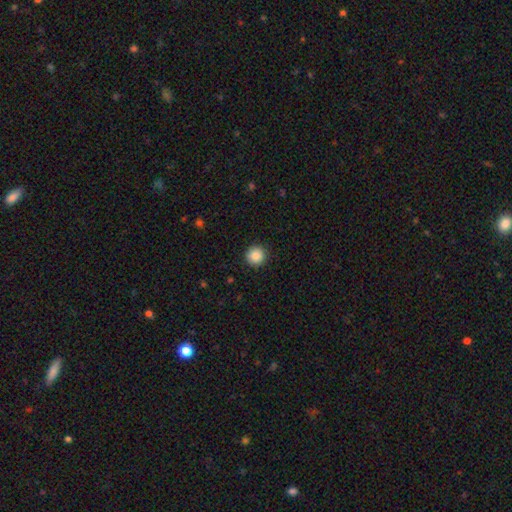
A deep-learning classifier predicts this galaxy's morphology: A smooth galaxy with no disk features (87%) that is round (96%).

Vote fractions:
- Smooth or featured? smooth: 87% / star or artifact: 9% / featured or disk: 4%
- How rounded? round: 96% / in between: 3% / cigar-shaped: 1%
- Merging? none: 92% / minor disturbance: 5% / major disturbance: 2% / merger: 1%